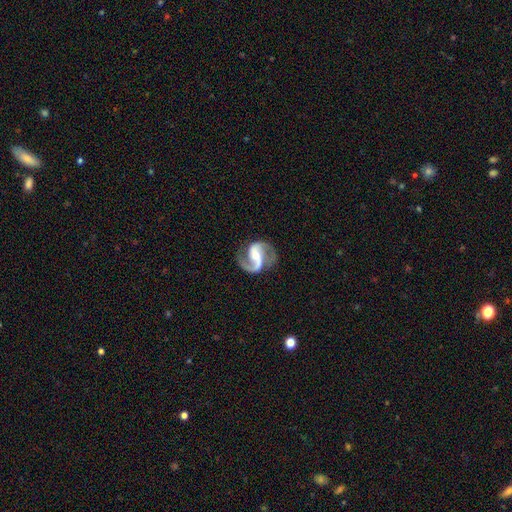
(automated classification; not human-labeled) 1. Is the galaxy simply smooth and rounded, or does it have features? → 91% featured or disk, 4% smooth, 4% star or artifact.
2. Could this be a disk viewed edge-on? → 98% no, 2% yes.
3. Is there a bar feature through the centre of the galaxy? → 39% strong, 37% weak, 23% no.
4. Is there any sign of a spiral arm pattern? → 98% yes, 2% no.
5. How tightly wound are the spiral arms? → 55% medium, 32% loose, 13% tight.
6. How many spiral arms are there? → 91% 2, 4% 1, 2% can't tell, 1% 3, 1% 4, 1% more than 4.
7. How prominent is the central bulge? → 49% moderate, 41% small, 5% large, 3% none, 1% dominant.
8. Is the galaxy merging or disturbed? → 77% none, 14% minor disturbance, 8% major disturbance, 2% merger.